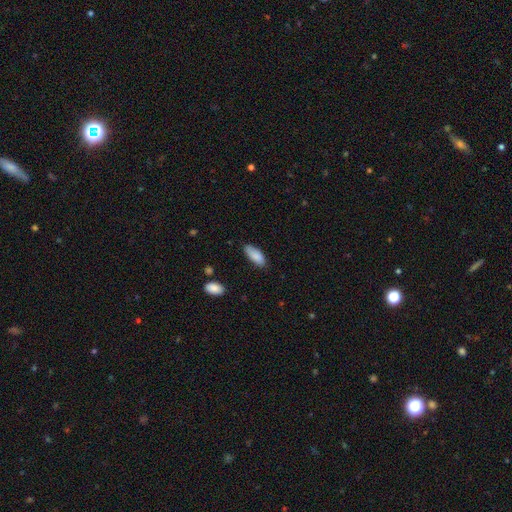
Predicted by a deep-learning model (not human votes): Smooth or featured?
  - smooth: 85% *
  - featured or disk: 9%
  - star or artifact: 6%
How rounded?
  - in between: 83% *
  - cigar-shaped: 15%
  - round: 2%
Merging?
  - none: 75% *
  - minor disturbance: 20%
  - major disturbance: 3%
  - merger: 2%